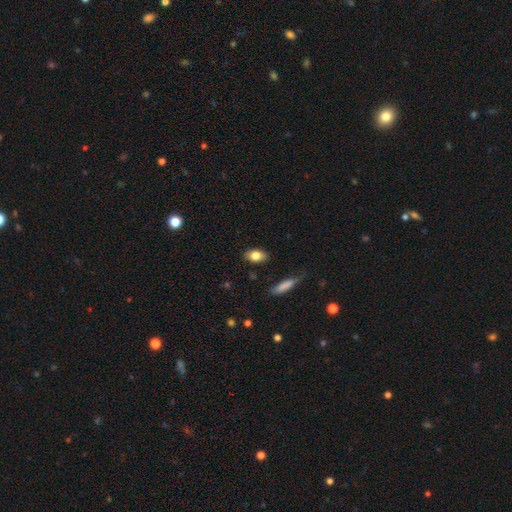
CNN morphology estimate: Smooth or featured? smooth (81%)
How rounded? in between (86%)
Merging? none (84%)